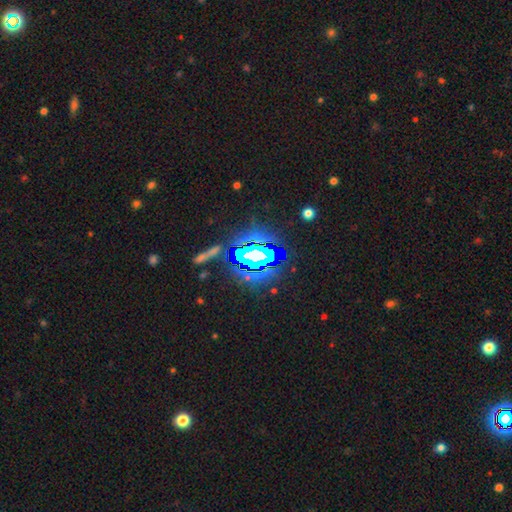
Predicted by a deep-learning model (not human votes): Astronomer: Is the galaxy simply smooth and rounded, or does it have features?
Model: star or artifact — 70%.